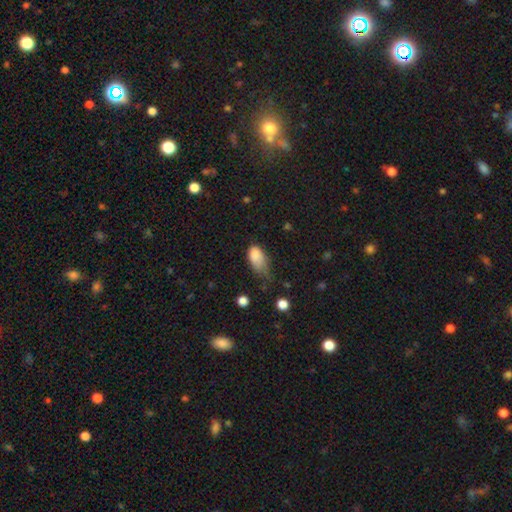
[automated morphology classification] This is clearly a smooth galaxy (84%). How rounded: clearly in between (90%). Merging: possibly minor disturbance (46%).